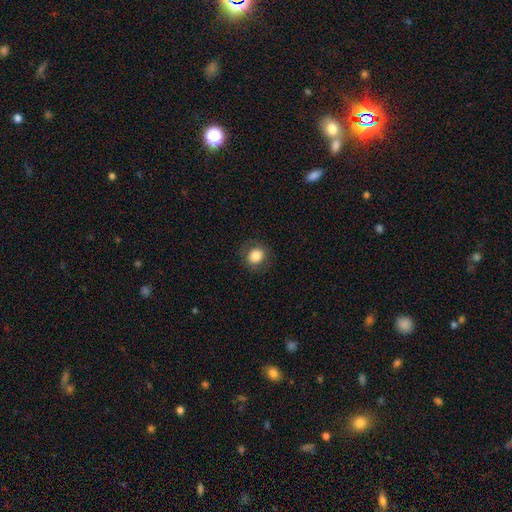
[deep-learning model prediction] This is clearly a smooth galaxy (83%). How rounded: likely round (77%). Merging: clearly none (85%).